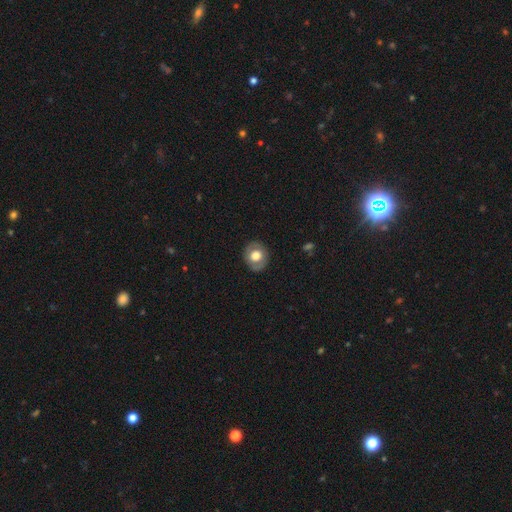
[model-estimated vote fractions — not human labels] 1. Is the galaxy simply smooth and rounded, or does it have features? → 57% smooth, 35% featured or disk, 7% star or artifact.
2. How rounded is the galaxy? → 77% round, 22% in between, 1% cigar-shaped.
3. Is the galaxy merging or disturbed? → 85% none, 11% minor disturbance, 3% major disturbance, 1% merger.